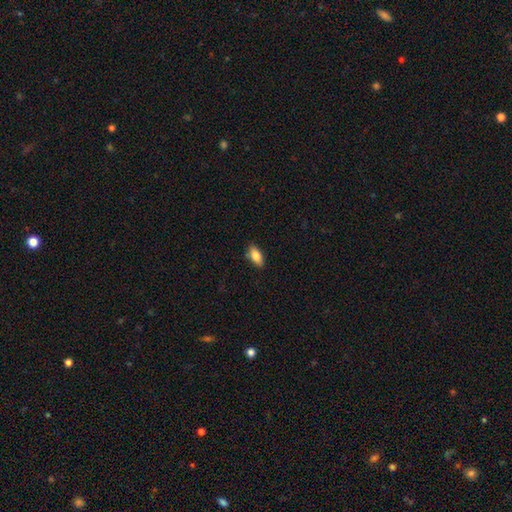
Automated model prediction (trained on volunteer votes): Overall: smooth (82%). How rounded: in between (86%). Merging: none (84%).